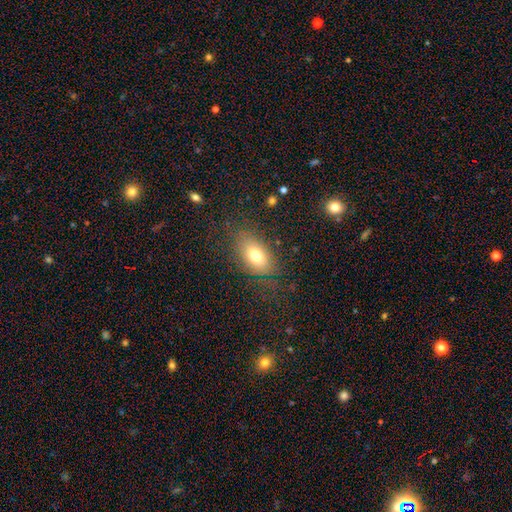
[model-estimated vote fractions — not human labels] A smooth galaxy with no disk features (73%) that is in between round and cigar-shaped (86%).

Vote fractions:
- Smooth or featured? smooth: 73% / featured or disk: 16% / star or artifact: 11%
- How rounded? in between: 86% / round: 10% / cigar-shaped: 3%
- Merging? none: 77% / minor disturbance: 14% / major disturbance: 8% / merger: 1%